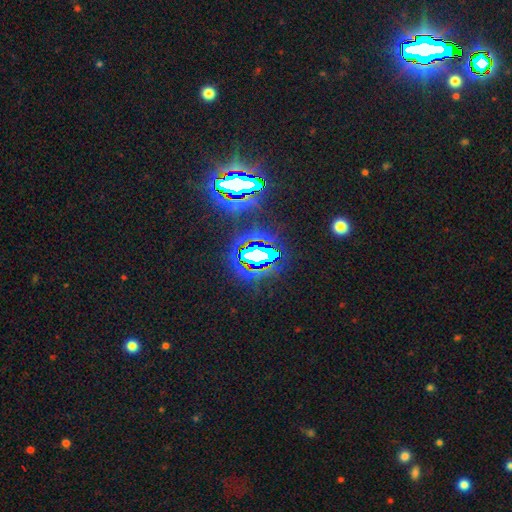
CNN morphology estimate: This appears to be a star or artifact, not a galaxy (74%).